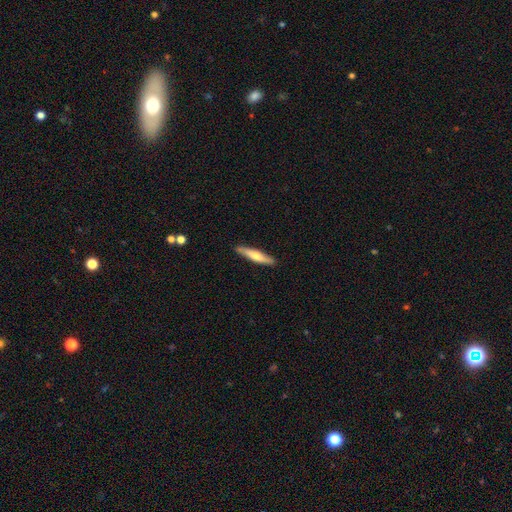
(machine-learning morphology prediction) Smooth or featured?
  - smooth: 58% *
  - featured or disk: 37%
  - star or artifact: 5%
How rounded?
  - cigar-shaped: 88% *
  - in between: 10%
  - round: 1%
Merging?
  - none: 87% *
  - minor disturbance: 10%
  - major disturbance: 2%
  - merger: 1%